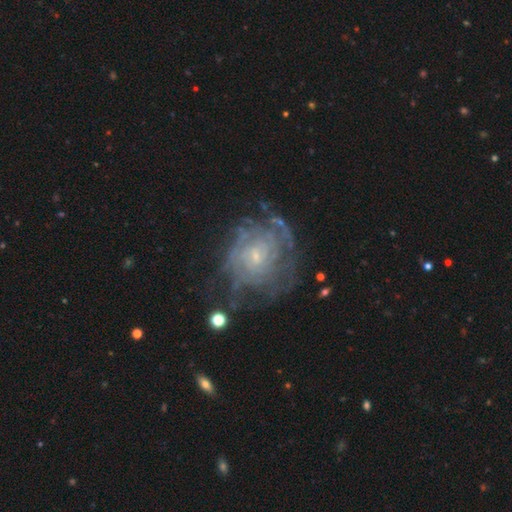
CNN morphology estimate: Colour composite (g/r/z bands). It shows a featured or disk galaxy (78%) with no bar (69%), tight (68%) spiral arms (83%) and a small central bulge (75%). Merging: none (61%).